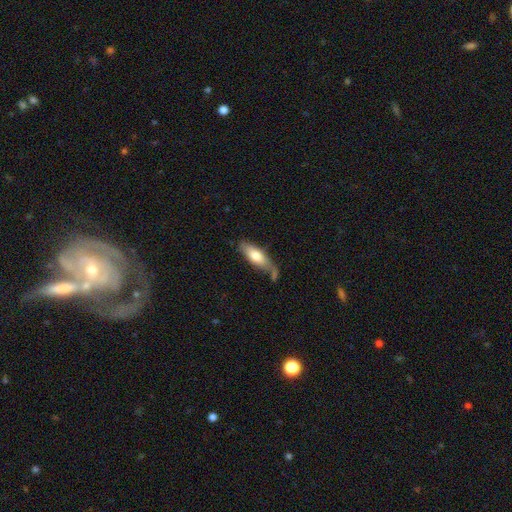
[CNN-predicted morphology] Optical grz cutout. It shows a smooth galaxy with no disk features (69%) that is in between round and cigar-shaped (63%). Merging: none (53%).